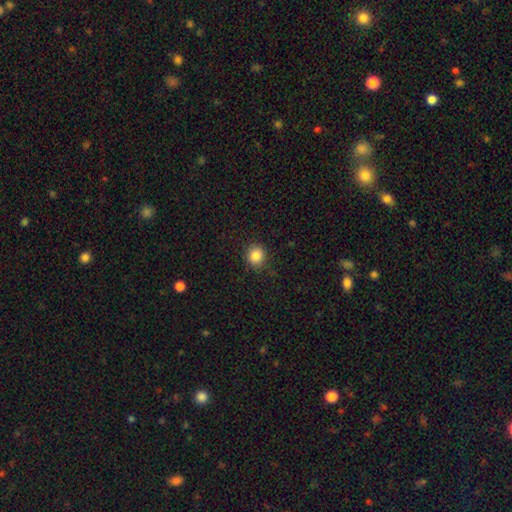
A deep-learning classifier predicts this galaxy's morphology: Q: Smooth or featured?
A: smooth (85%); runner-up: star or artifact (10%)
Q: How rounded?
A: round (86%); runner-up: in between (13%)
Q: Merging?
A: none (87%); runner-up: minor disturbance (10%)